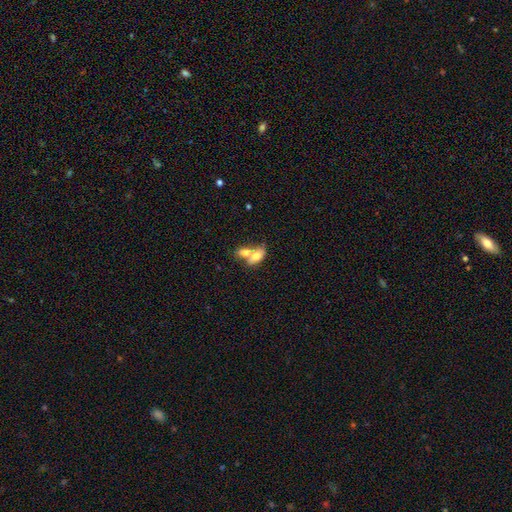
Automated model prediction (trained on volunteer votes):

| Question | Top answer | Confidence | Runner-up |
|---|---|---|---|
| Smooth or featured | smooth | 73% | featured or disk (21%) |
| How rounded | in between | 85% | round (11%) |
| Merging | merger | 69% | none (20%) |